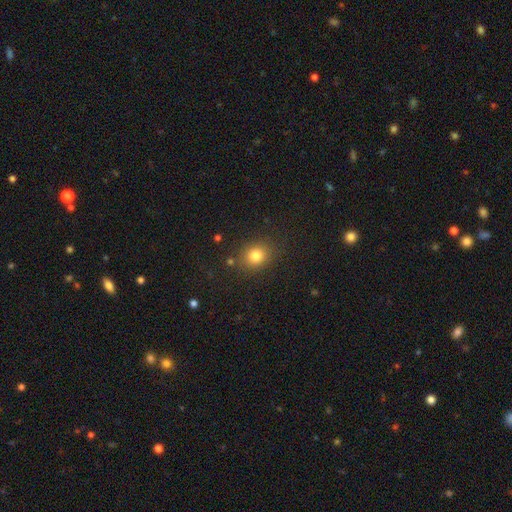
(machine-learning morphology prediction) A smooth galaxy with no disk features (81%) that is round (68%). Merging: none (83%).